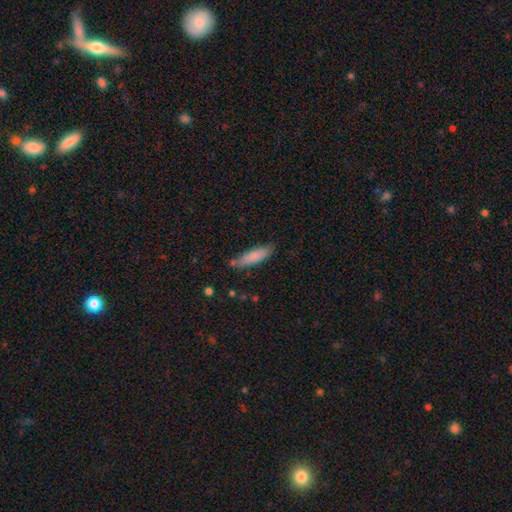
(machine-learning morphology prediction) type=smooth (83%); roundness=cigar-shaped (60%); merging=none (74%).